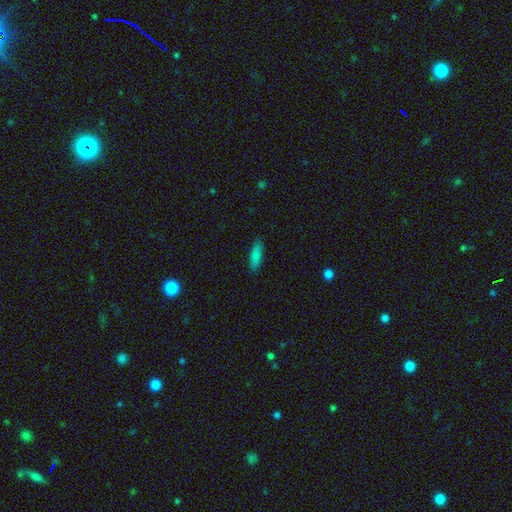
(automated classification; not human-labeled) This is clearly a smooth galaxy (84%). How rounded: possibly cigar-shaped (49%, tied with in between). Merging: clearly none (88%).